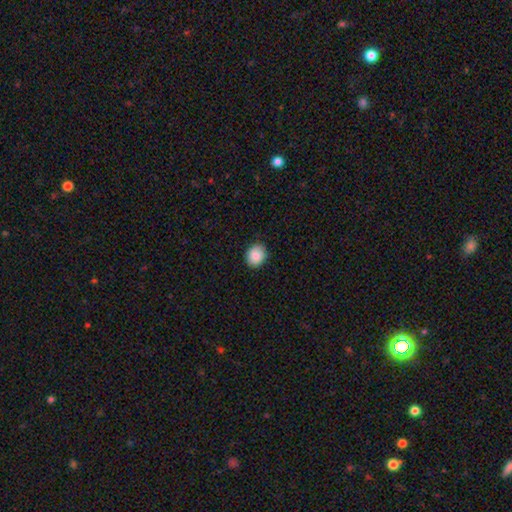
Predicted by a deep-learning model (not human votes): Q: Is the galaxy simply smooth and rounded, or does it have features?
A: smooth — 88%.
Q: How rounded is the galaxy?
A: round — 56%.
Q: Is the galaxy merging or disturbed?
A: none — 87%.